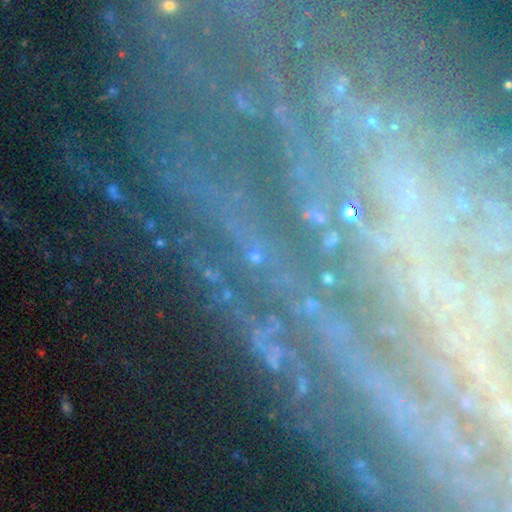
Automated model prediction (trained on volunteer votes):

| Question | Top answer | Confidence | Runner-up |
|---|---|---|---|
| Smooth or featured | star or artifact | 45% | featured or disk (43%) |